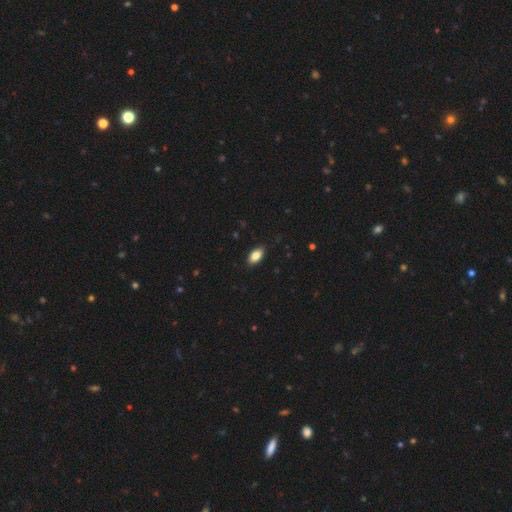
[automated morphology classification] Smooth or featured? smooth (85%)
How rounded? in between (92%)
Merging? none (88%)